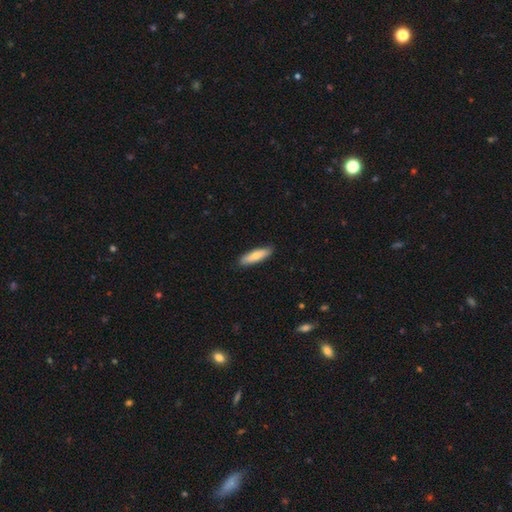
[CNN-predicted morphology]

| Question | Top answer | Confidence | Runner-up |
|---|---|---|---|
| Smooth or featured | smooth | 73% | featured or disk (21%) |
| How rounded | cigar-shaped | 63% | in between (35%) |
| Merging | none | 88% | minor disturbance (9%) |